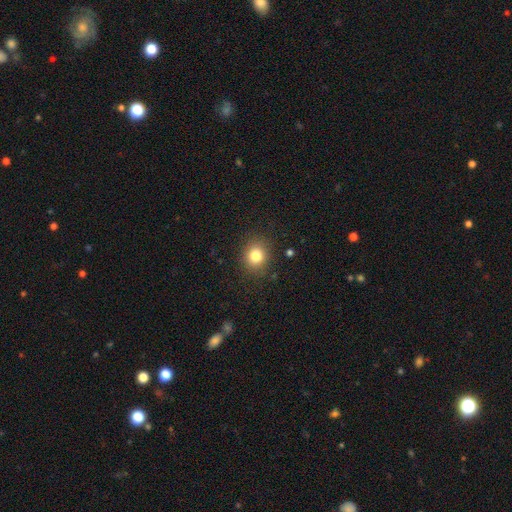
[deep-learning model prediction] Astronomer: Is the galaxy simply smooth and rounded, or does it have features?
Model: smooth — 81%.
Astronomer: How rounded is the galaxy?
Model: round — 76%.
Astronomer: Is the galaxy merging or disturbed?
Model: none — 86%.